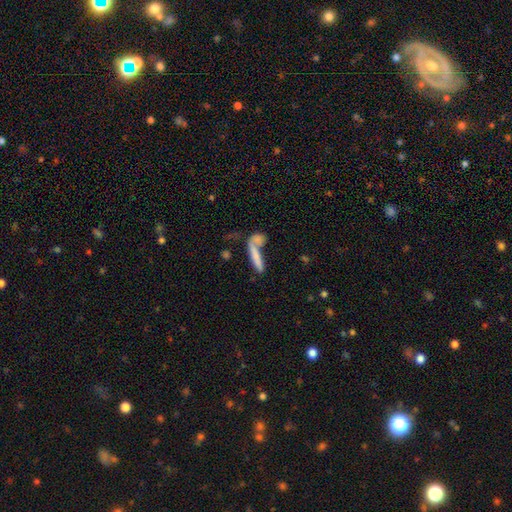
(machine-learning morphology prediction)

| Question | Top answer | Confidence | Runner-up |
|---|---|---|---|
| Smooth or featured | smooth | 68% | featured or disk (22%) |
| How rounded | cigar-shaped | 78% | in between (19%) |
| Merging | merger | 46% | none (35%) |